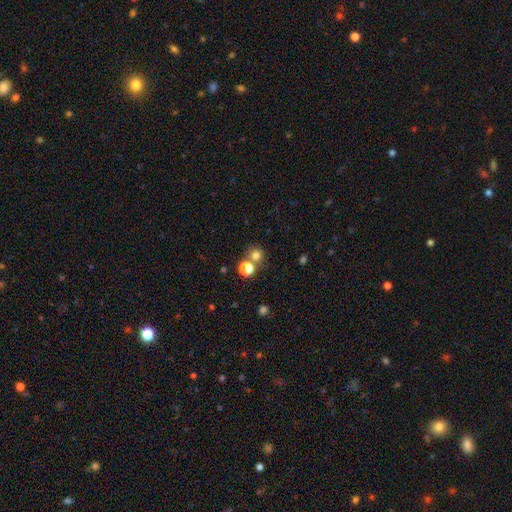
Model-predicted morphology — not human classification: Smooth or featured: smooth — 76% (star or artifact — 17%)
How rounded: round — 90% (in between — 9%)
Merging: none — 64% (merger — 26%)